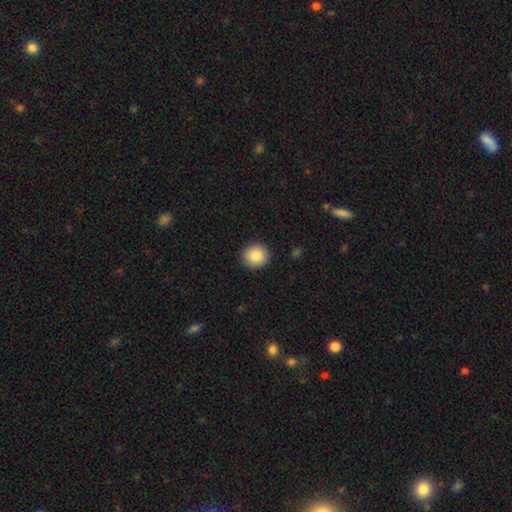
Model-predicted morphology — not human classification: A smooth galaxy with no disk features (88%) that is round (84%).

Vote fractions:
- Smooth or featured? smooth: 88% / star or artifact: 8% / featured or disk: 4%
- How rounded? round: 84% / in between: 15% / cigar-shaped: 1%
- Merging? none: 90% / minor disturbance: 7% / major disturbance: 2% / merger: 1%